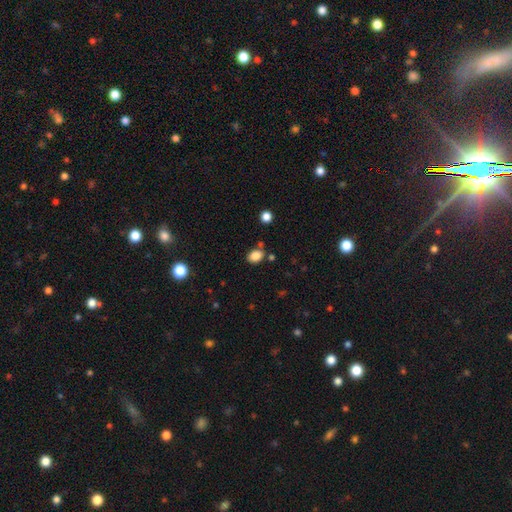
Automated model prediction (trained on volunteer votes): The model was most divided on "how rounded": in between: 68%, round: 31%, cigar-shaped: 1%. More confident: smooth or featured — smooth (85%); merging — none (74%).